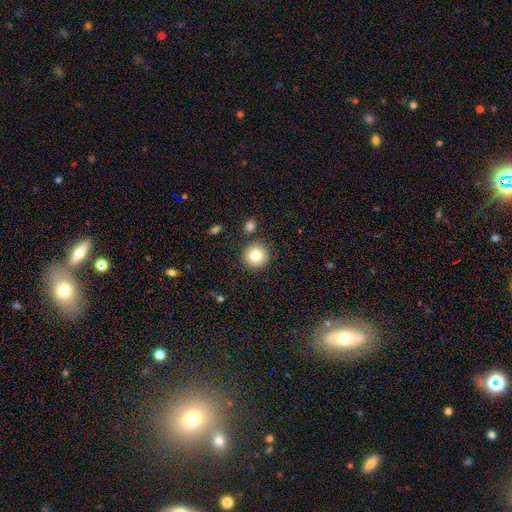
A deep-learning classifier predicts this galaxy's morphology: smooth-or-featured: smooth: 80% | star or artifact: 10% | featured or disk: 10%
  how-rounded: round: 95% | in between: 4% | cigar-shaped: 1%
  merging: none: 87% | minor disturbance: 7% | merger: 4% | major disturbance: 2%